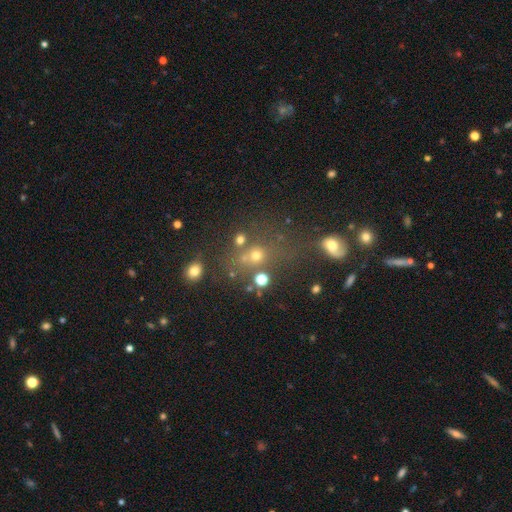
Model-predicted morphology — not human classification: This is possibly a smooth galaxy (58%). How rounded: likely round (74%). Merging: possibly none (54%).